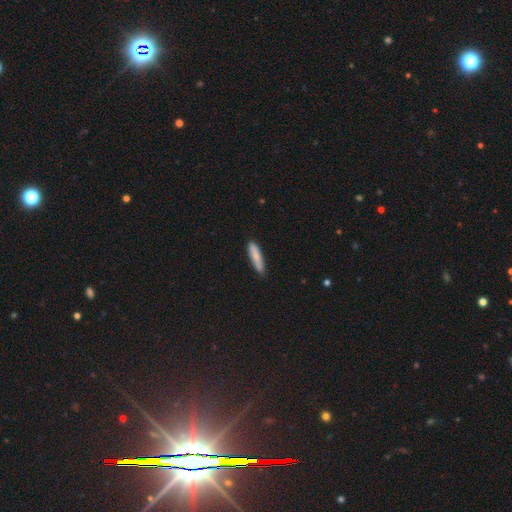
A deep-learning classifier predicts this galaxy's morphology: Overall: smooth (81%). How rounded: cigar-shaped (82%). Merging: none (87%).